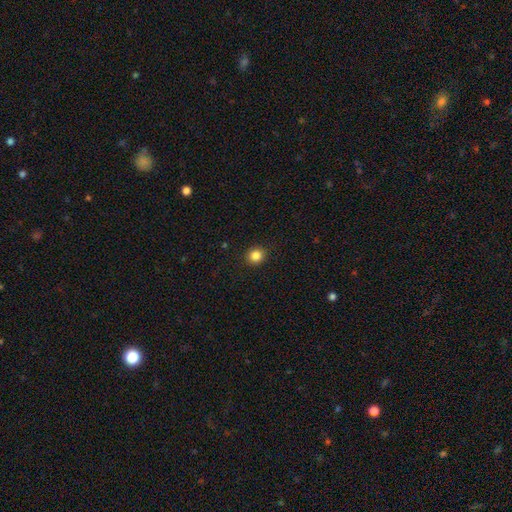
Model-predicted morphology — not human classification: smooth_or_featured: smooth (p=0.85) [alt: star or artifact p=0.11]
how_rounded: round (p=0.84) [alt: in between p=0.15]
merging: none (p=0.91) [alt: minor disturbance p=0.06]